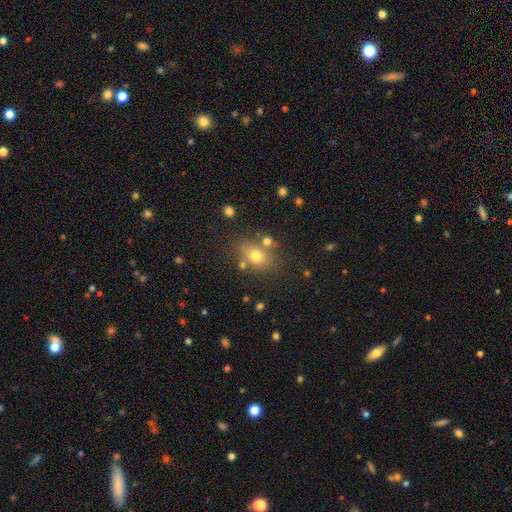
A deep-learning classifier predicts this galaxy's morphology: A smooth galaxy with no disk features (70%) that is in between round and cigar-shaped (68%). Merging: none (70%).